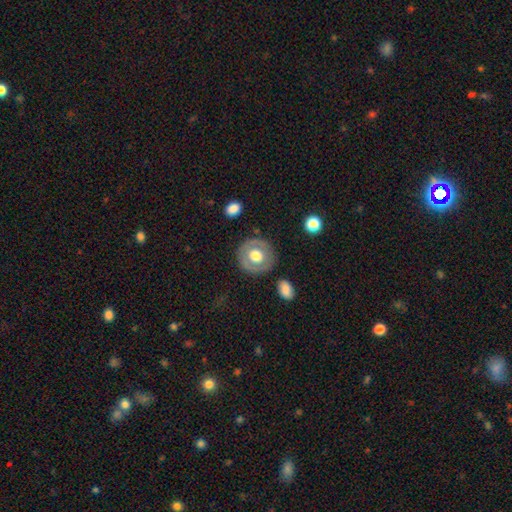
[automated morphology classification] Smooth or featured? Predicted: smooth (p=0.52). How rounded? Predicted: round (p=0.88). Merging? Predicted: none (p=0.84).